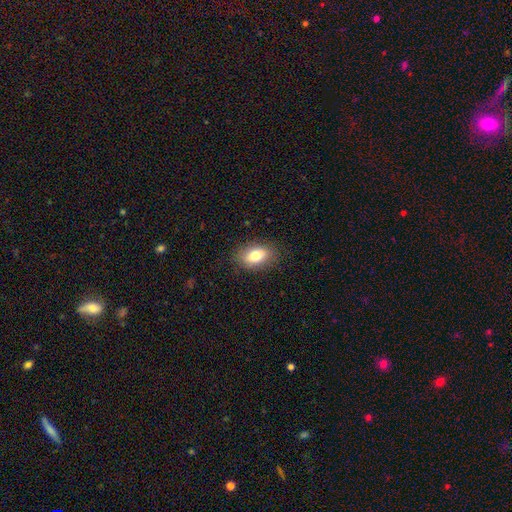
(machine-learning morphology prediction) smooth 77%, featured or disk 14%, star or artifact 8%. Down the decision tree: how rounded — in between (86%); merging — none (86%).